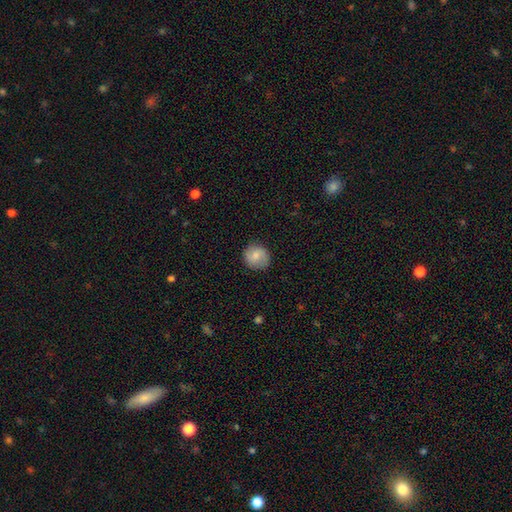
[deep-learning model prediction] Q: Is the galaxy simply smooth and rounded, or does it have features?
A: smooth — 61%.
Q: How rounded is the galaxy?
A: round — 86%.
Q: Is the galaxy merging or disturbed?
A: none — 83%.